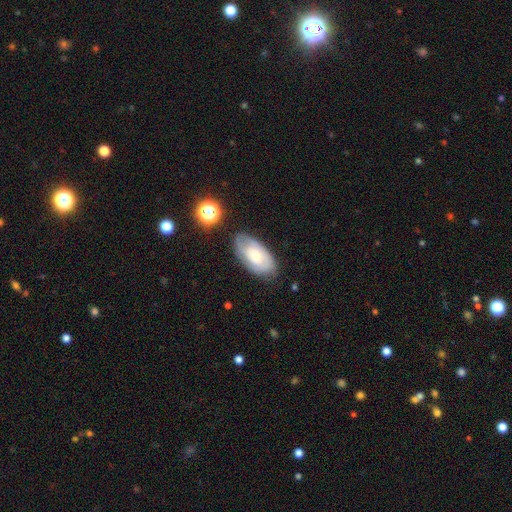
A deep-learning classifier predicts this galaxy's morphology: type=featured or disk (52%); edge-on=no (92%); merging=none (71%).